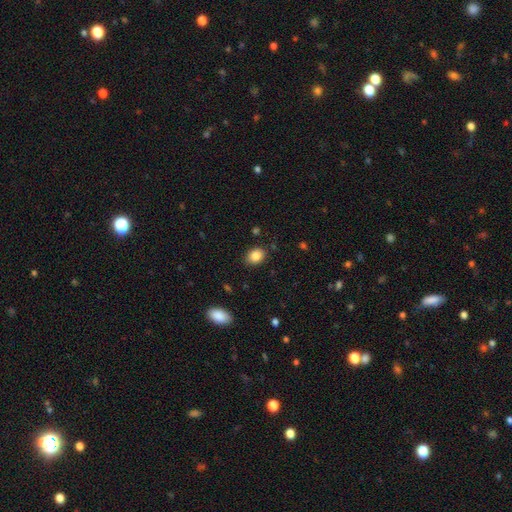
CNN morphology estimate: Smooth or featured? smooth (86%)
How rounded? in between (67%)
Merging? none (85%)